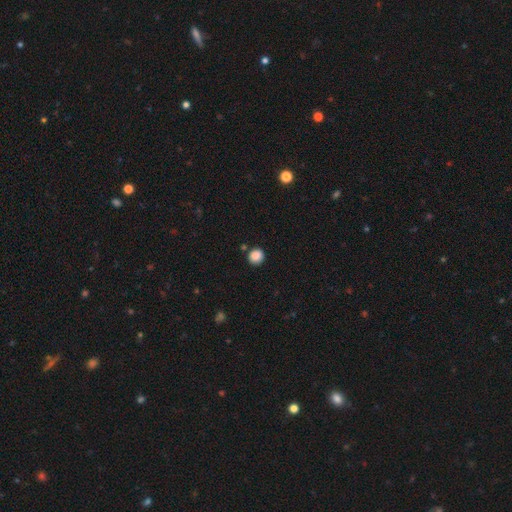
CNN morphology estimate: Smooth or featured? smooth (87%)
How rounded? round (91%)
Merging? none (86%)